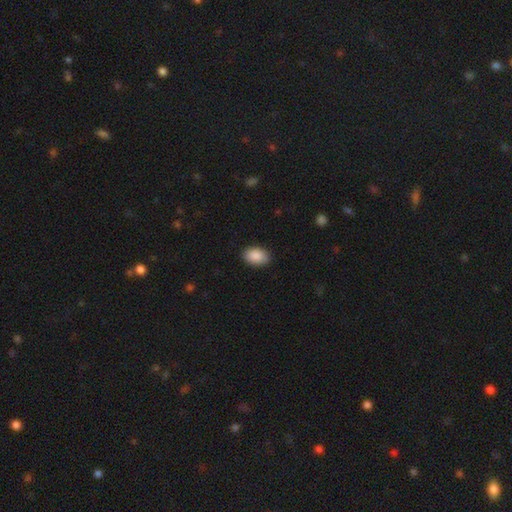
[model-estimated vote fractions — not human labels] This appears to be a smooth galaxy with no disk features (90%) that is in between round and cigar-shaped (90%). Merging: none (88%).